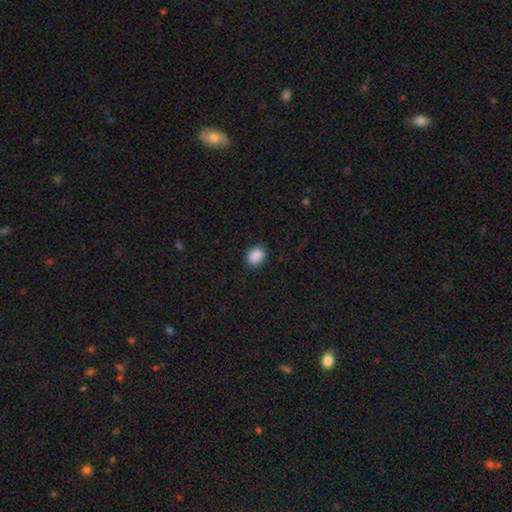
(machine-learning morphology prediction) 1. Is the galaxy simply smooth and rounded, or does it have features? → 89% smooth, 8% star or artifact, 3% featured or disk.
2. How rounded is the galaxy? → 62% in between, 37% round, 1% cigar-shaped.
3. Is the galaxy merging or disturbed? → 87% none, 10% minor disturbance, 2% major disturbance, 1% merger.